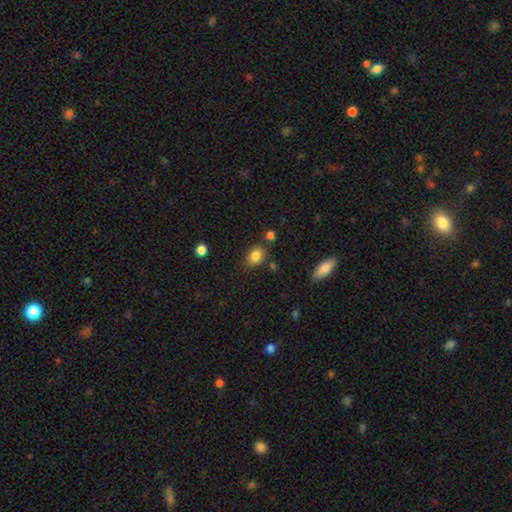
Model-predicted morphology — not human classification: The model was most divided on "how rounded": in between: 68%, round: 30%, cigar-shaped: 2%. More confident: smooth or featured — smooth (85%); merging — none (74%).